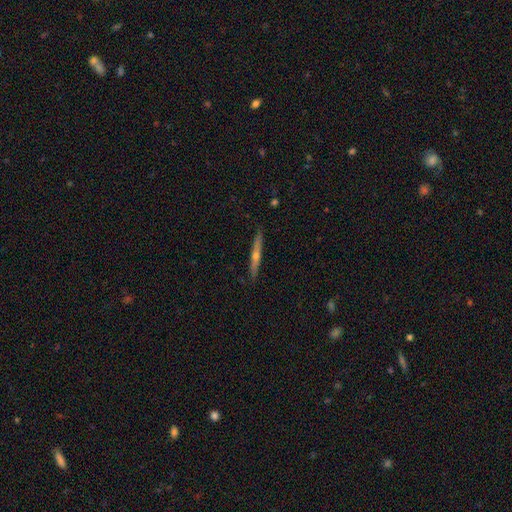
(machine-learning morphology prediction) Smooth or featured? Predicted: featured or disk (p=0.65). Edge-on disk? Predicted: yes (p=0.97). Edge-on bulge? Predicted: rounded (p=0.81). Merging? Predicted: none (p=0.90).